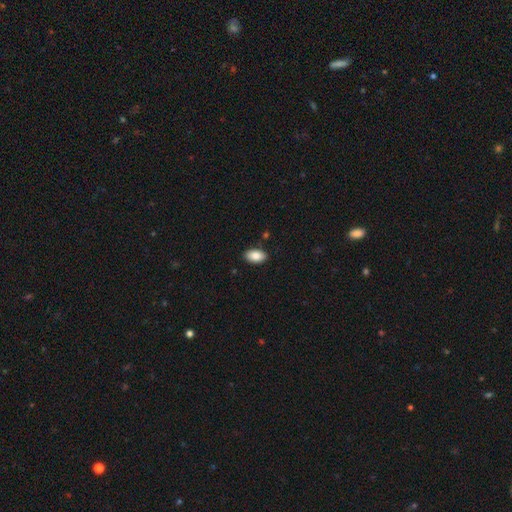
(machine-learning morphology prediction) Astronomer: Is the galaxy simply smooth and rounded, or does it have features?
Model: smooth — 86%.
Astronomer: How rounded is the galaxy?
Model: in between — 94%.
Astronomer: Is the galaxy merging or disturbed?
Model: none — 88%.